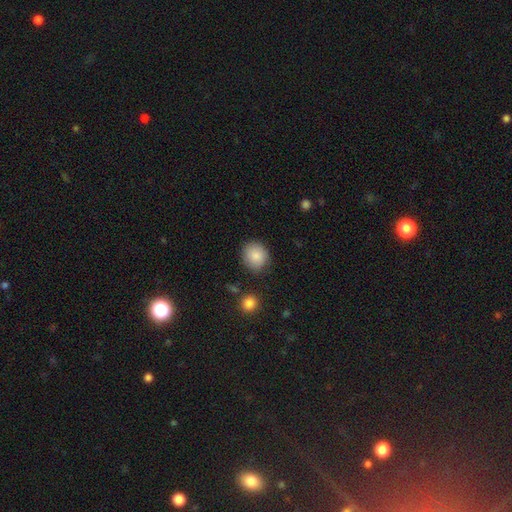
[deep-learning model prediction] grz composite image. It shows a smooth galaxy with no disk features (86%) that is round (79%). Merging: none (83%).